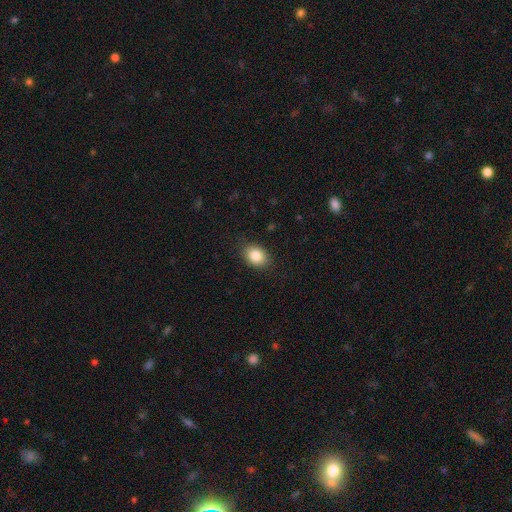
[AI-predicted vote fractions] Smooth or featured: smooth — 85% (star or artifact — 8%)
How rounded: in between — 70% (round — 28%)
Merging: none — 86% (minor disturbance — 10%)